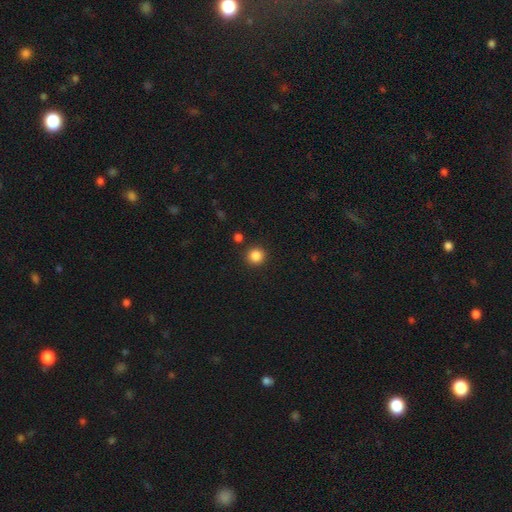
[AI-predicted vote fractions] smooth-or-featured: smooth: 86% | star or artifact: 11% | featured or disk: 3%
  how-rounded: round: 93% | in between: 6% | cigar-shaped: 1%
  merging: none: 89% | minor disturbance: 6% | merger: 3% | major disturbance: 2%